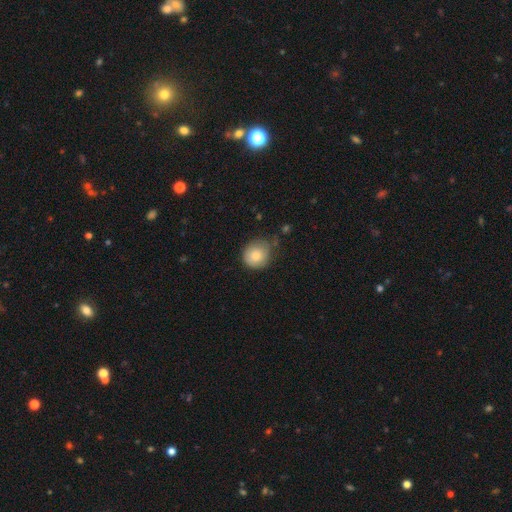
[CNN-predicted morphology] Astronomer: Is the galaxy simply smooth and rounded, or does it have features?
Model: smooth — 79%.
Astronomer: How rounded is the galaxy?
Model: round — 86%.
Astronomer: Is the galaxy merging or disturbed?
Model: none — 61%.